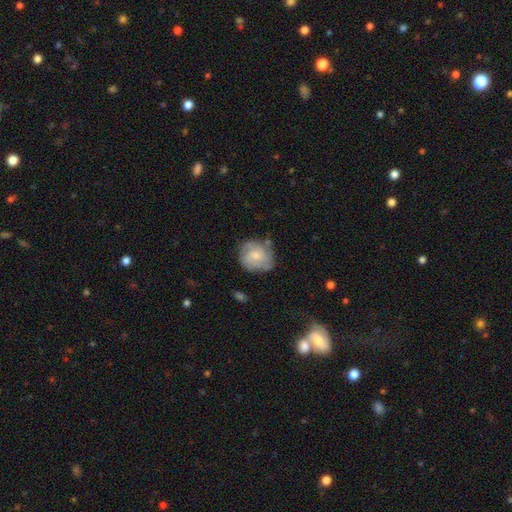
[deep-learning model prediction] Overall: featured or disk (55%; smooth 38%). Edge-on disk: no (98%). Bar: no (69%). Spiral arms: yes (83%). Bulge size: small (54%; moderate 37%). Merging: none (67%).